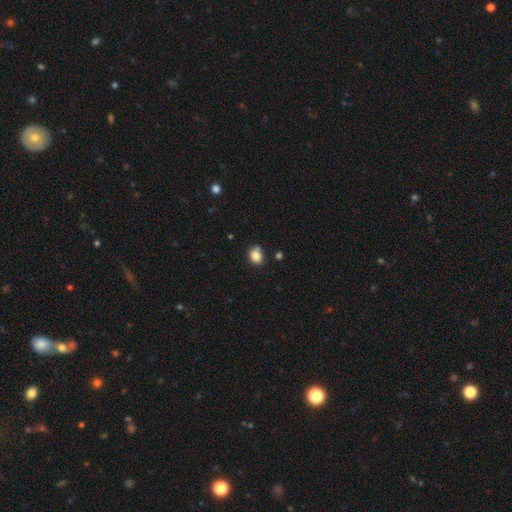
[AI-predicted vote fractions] Smooth or featured? smooth (85%)
How rounded? round (54%)
Merging? none (65%)